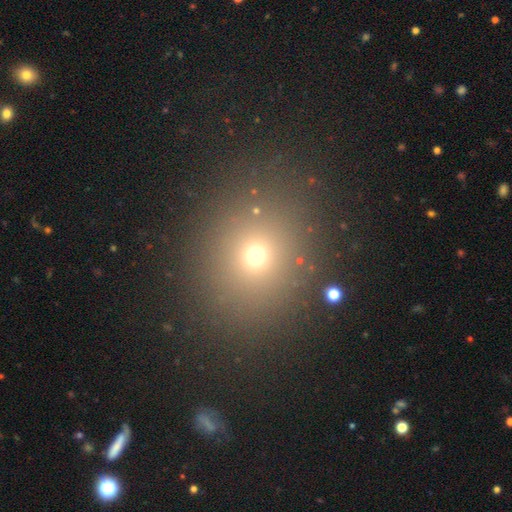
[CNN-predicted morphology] A smooth galaxy with no disk features (67%) that is round (80%).

Vote fractions:
- Smooth or featured? smooth: 67% / star or artifact: 24% / featured or disk: 9%
- How rounded? round: 80% / in between: 19% / cigar-shaped: 1%
- Merging? none: 85% / minor disturbance: 8% / major disturbance: 4% / merger: 3%